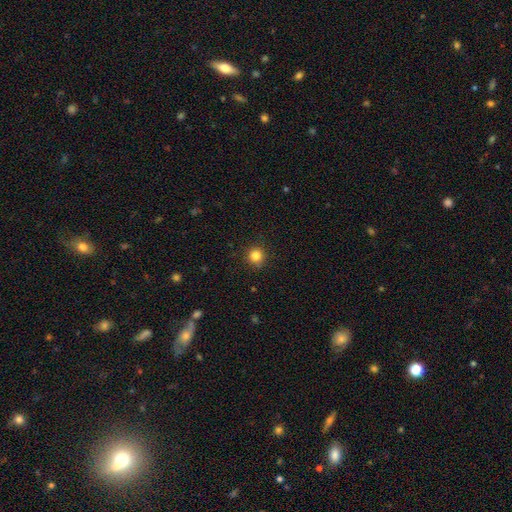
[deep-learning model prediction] A smooth galaxy with no disk features (84%) that is round (94%). Merging: none (89%).